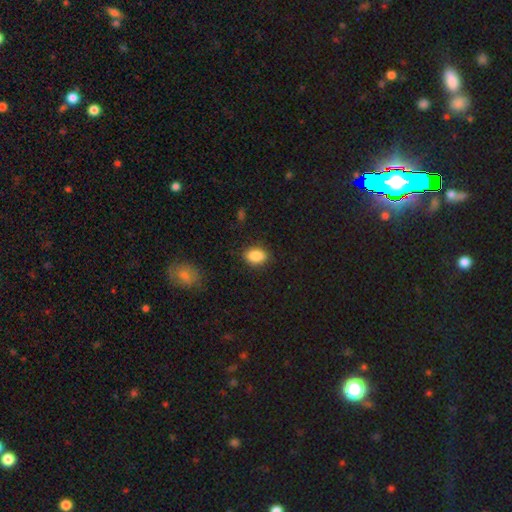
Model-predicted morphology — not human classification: Q: Smooth or featured?
A: smooth (88%); runner-up: star or artifact (8%)
Q: How rounded?
A: in between (80%); runner-up: round (18%)
Q: Merging?
A: none (85%); runner-up: minor disturbance (11%)